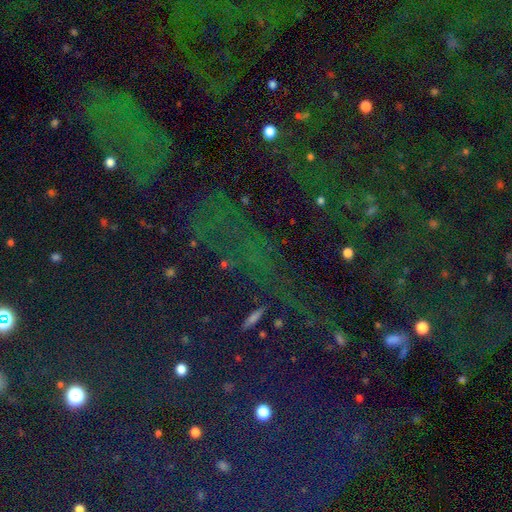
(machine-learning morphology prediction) A star or artifact, not a galaxy (80%).

Vote fractions:
- Smooth or featured? star or artifact: 80% / smooth: 12% / featured or disk: 9%